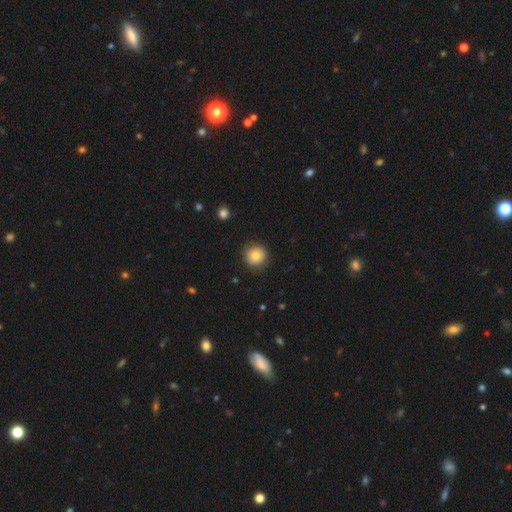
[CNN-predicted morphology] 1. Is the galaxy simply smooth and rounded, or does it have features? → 81% smooth, 10% featured or disk, 9% star or artifact.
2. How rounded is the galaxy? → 94% round, 5% in between, 1% cigar-shaped.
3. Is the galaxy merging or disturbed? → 88% none, 9% minor disturbance, 3% major disturbance, 1% merger.